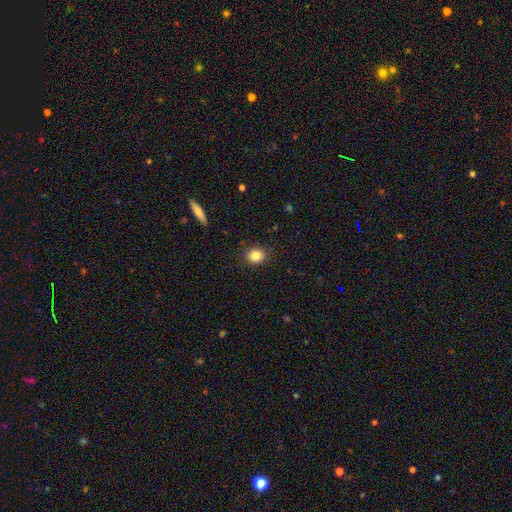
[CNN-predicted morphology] Q: Smooth or featured?
A: smooth (84%); runner-up: star or artifact (10%)
Q: How rounded?
A: round (79%); runner-up: in between (20%)
Q: Merging?
A: none (89%); runner-up: minor disturbance (8%)